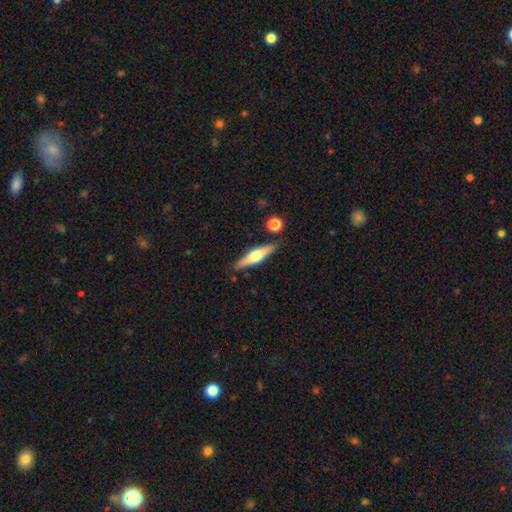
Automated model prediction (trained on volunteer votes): This appears to be a featured or disk galaxy (61%) viewed edge-on (96%) with a rounded central bulge (92%). Merging: none (85%).